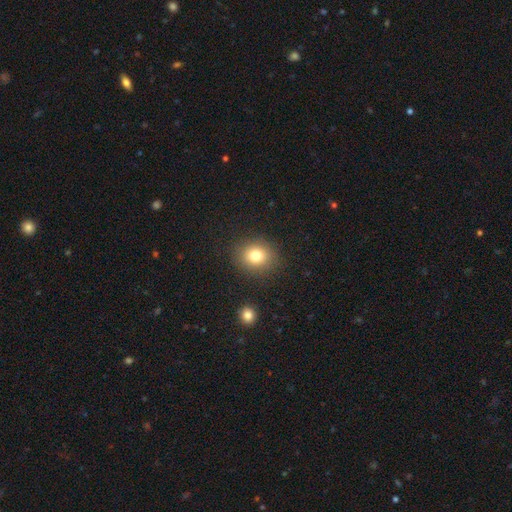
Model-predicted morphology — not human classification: smooth_or_featured: smooth (p=0.78) [alt: star or artifact p=0.13]
how_rounded: round (p=0.71) [alt: in between p=0.28]
merging: none (p=0.87) [alt: minor disturbance p=0.08]